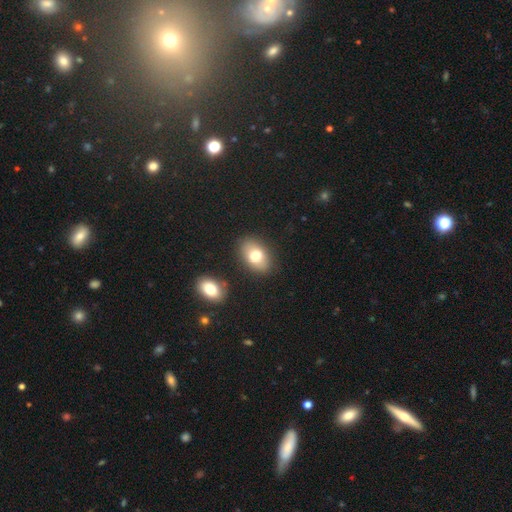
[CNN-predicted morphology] This is likely a smooth galaxy (74%). How rounded: clearly in between (83%). Merging: clearly none (83%).